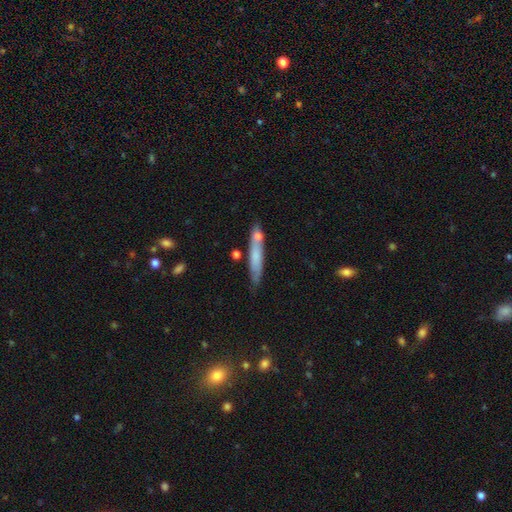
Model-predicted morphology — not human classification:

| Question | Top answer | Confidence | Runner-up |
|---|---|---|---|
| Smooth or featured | smooth | 62% | featured or disk (31%) |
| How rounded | cigar-shaped | 90% | in between (8%) |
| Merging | none | 67% | minor disturbance (18%) |